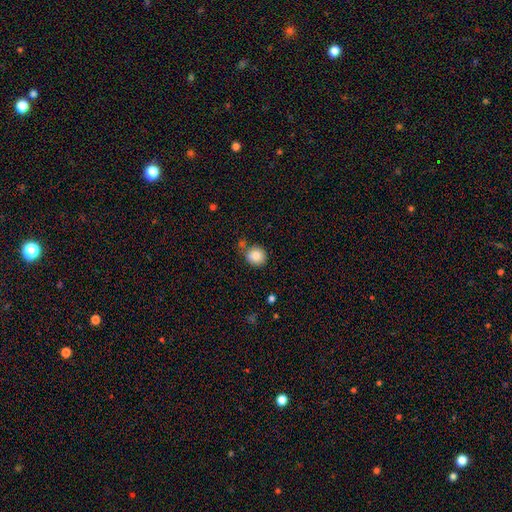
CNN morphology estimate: smooth-or-featured: smooth: 84% | star or artifact: 9% | featured or disk: 7%
  how-rounded: round: 85% | in between: 14% | cigar-shaped: 1%
  merging: none: 71% | minor disturbance: 15% | merger: 10% | major disturbance: 4%